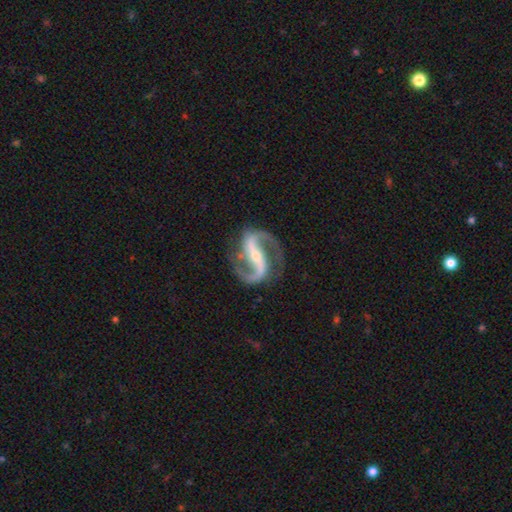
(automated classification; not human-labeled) featured or disk 94%, star or artifact 4%, smooth 3%. Down the decision tree: edge-on disk — no (97%); bar — strong (68%); spiral arms — yes (98%); spiral arm count — 2 (94%); spiral winding — medium (55%); bulge size — small (67%); merging — none (83%).